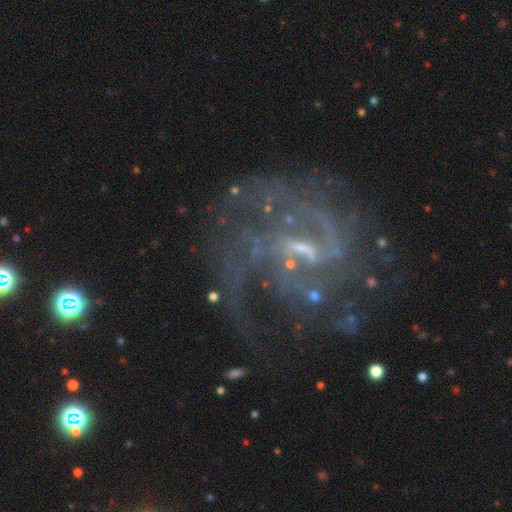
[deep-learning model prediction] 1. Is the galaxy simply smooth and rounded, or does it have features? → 82% featured or disk, 12% star or artifact, 7% smooth.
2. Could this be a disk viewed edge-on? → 98% no, 2% yes.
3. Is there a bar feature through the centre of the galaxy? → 52% weak, 24% no, 24% strong.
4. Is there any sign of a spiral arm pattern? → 86% yes, 14% no.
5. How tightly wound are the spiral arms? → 43% medium, 31% tight, 26% loose.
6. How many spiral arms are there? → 34% can't tell, 31% 2, 13% 3, 9% 1, 6% 4, 6% more than 4.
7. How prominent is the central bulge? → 51% small, 29% none, 17% moderate, 2% large, 1% dominant.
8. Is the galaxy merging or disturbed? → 52% none, 27% major disturbance, 17% minor disturbance, 4% merger.